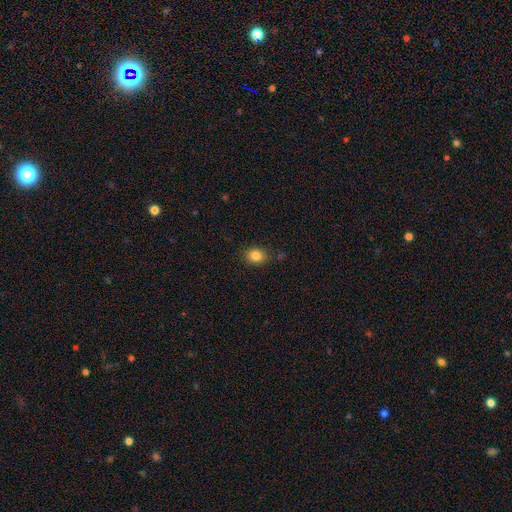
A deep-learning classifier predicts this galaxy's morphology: Overall: smooth (84%). How rounded: round (51%; in between 48%). Merging: none (84%).